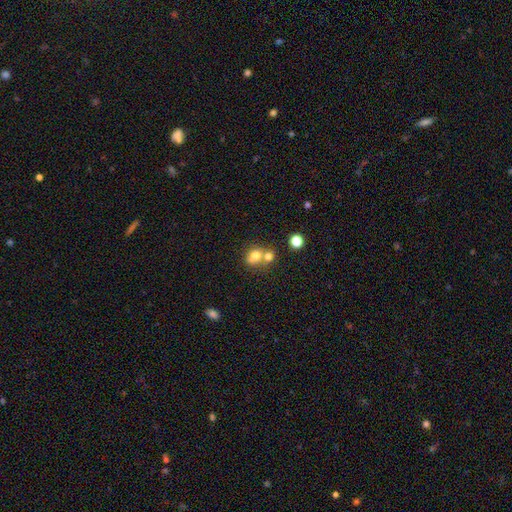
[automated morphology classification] Smooth or featured? smooth (72%)
How rounded? round (59%)
Merging? merger (55%)